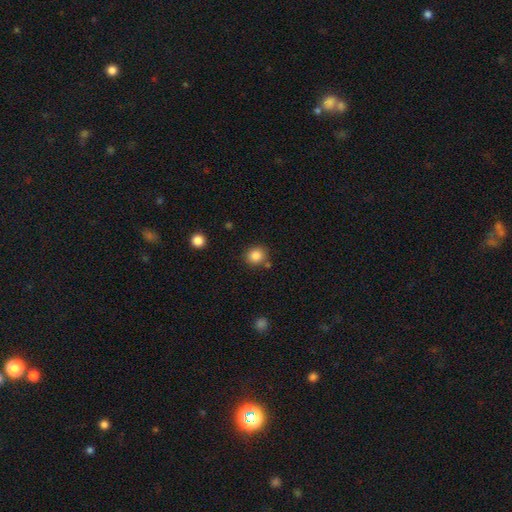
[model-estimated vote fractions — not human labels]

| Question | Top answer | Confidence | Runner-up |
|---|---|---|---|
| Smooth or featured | smooth | 86% | star or artifact (10%) |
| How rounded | round | 84% | in between (15%) |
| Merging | none | 80% | minor disturbance (10%) |